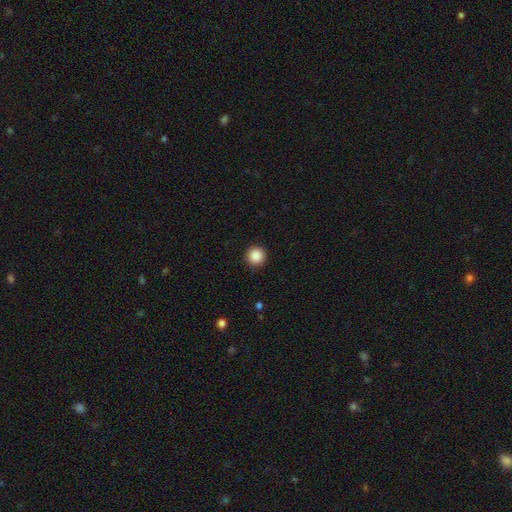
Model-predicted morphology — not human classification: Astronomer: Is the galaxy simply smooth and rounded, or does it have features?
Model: smooth — 88%.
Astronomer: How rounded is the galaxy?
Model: round — 96%.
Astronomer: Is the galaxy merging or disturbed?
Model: none — 92%.